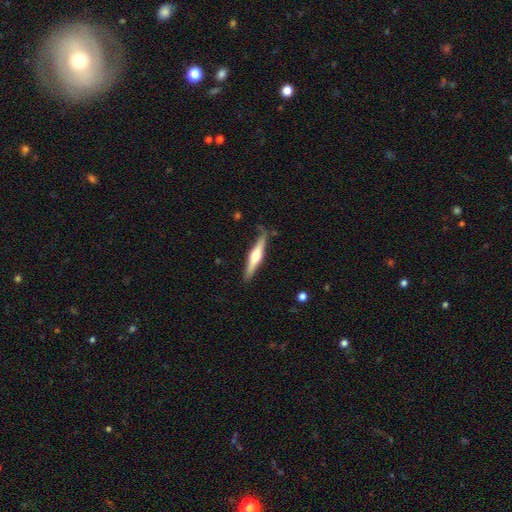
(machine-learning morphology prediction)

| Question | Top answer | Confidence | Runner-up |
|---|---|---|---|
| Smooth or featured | featured or disk | 63% | smooth (33%) |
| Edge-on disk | yes | 97% | no (3%) |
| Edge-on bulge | rounded | 91% | boxy (5%) |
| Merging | none | 81% | minor disturbance (14%) |